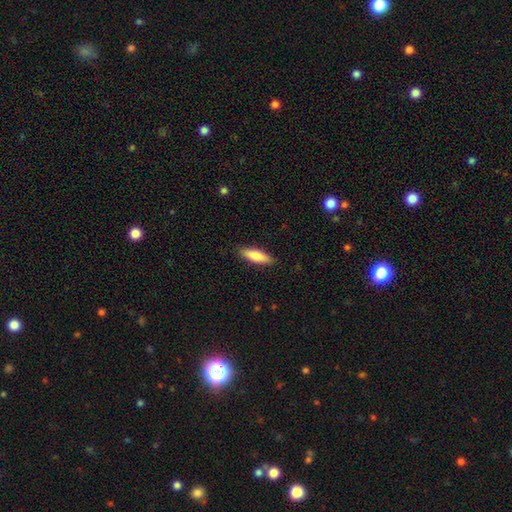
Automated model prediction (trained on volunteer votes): This appears to be a smooth galaxy with no disk features (77%) that is cigar-shaped (58%). Merging: none (88%).